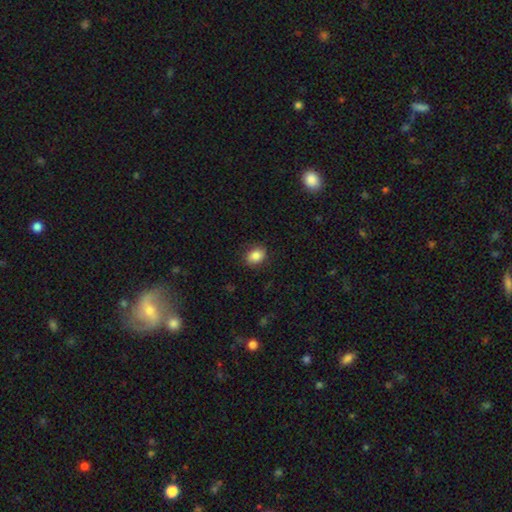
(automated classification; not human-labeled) Smooth or featured? smooth (85%)
How rounded? in between (66%)
Merging? none (85%)